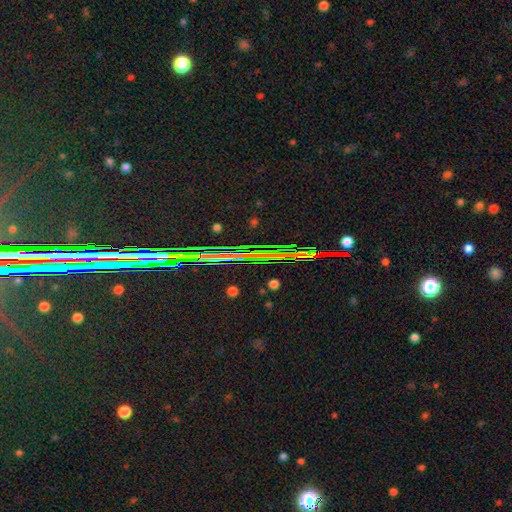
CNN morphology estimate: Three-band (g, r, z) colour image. It shows a star or artifact, not a galaxy (84%).